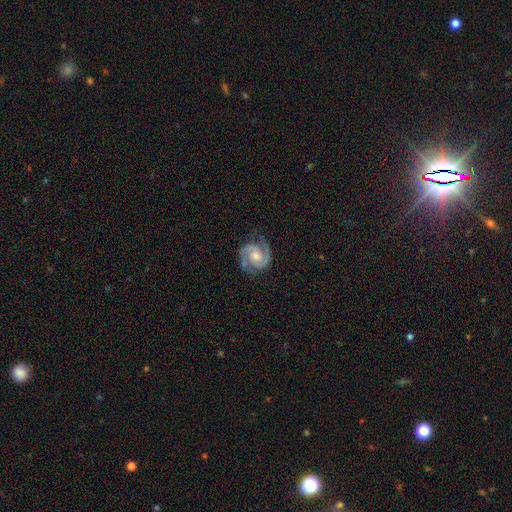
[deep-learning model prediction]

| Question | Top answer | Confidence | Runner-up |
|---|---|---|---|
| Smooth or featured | featured or disk | 90% | smooth (5%) |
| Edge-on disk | no | 98% | yes (2%) |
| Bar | no | 59% | weak (33%) |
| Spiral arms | yes | 98% | no (2%) |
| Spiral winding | medium | 48% | tight (44%) |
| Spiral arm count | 2 | 92% | 3 (2%) |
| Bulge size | moderate | 63% | small (24%) |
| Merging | none | 81% | minor disturbance (13%) |